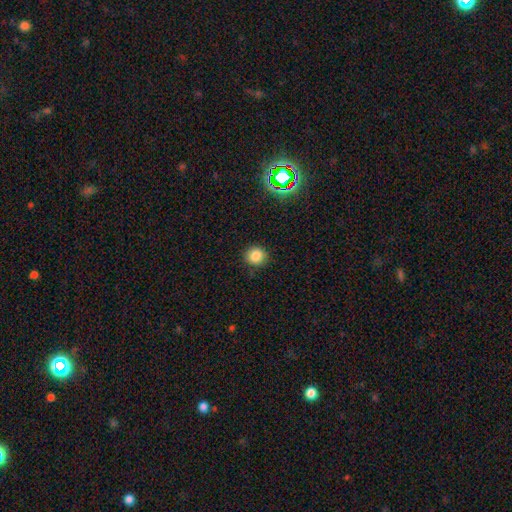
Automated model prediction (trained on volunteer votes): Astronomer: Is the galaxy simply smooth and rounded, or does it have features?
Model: smooth — 83%.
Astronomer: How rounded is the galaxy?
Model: round — 88%.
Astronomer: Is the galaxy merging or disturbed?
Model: none — 88%.